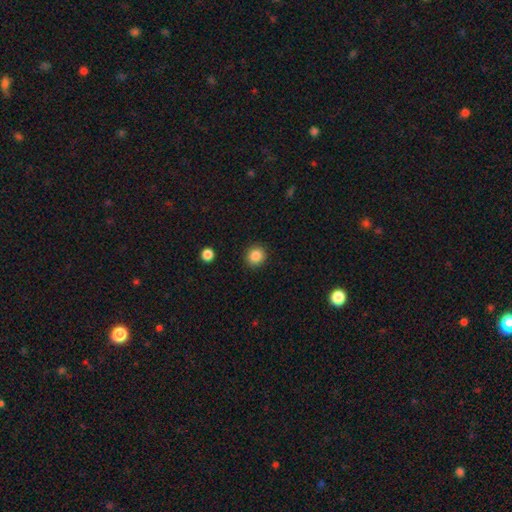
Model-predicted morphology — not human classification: A smooth galaxy with no disk features (86%) that is round (88%).

Vote fractions:
- Smooth or featured? smooth: 86% / star or artifact: 10% / featured or disk: 4%
- How rounded? round: 88% / in between: 11% / cigar-shaped: 1%
- Merging? none: 91% / minor disturbance: 6% / major disturbance: 2% / merger: 1%